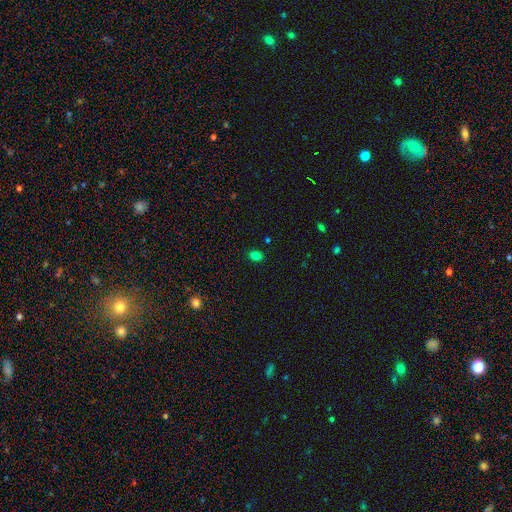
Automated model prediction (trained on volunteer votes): smooth 79%, star or artifact 16%, featured or disk 5%. Down the decision tree: how rounded — in between (72%); merging — none (87%).